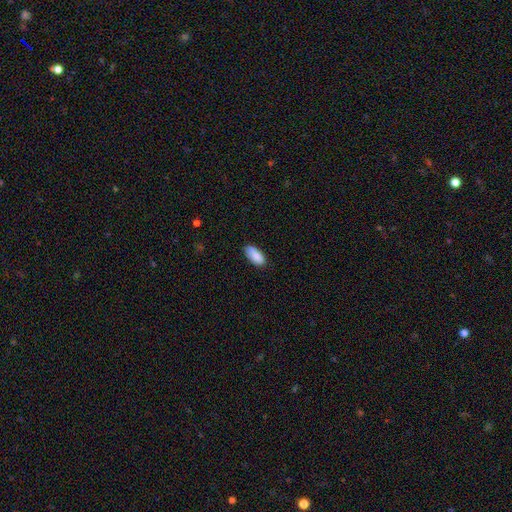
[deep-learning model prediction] Q: Smooth or featured?
A: smooth (88%); runner-up: star or artifact (6%)
Q: How rounded?
A: in between (88%); runner-up: cigar-shaped (10%)
Q: Merging?
A: none (78%); runner-up: minor disturbance (17%)